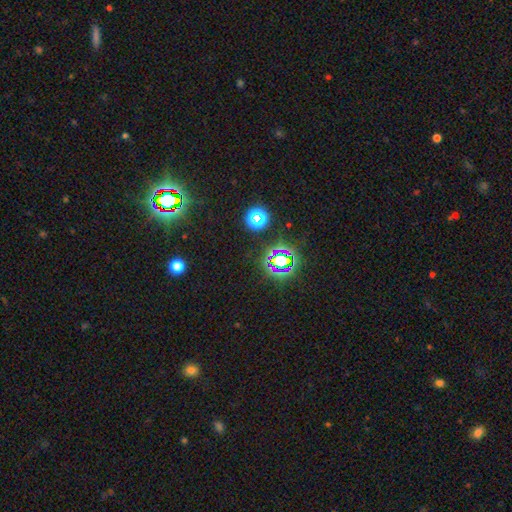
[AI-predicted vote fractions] smooth-or-featured: star or artifact: 78% | smooth: 15% | featured or disk: 7%